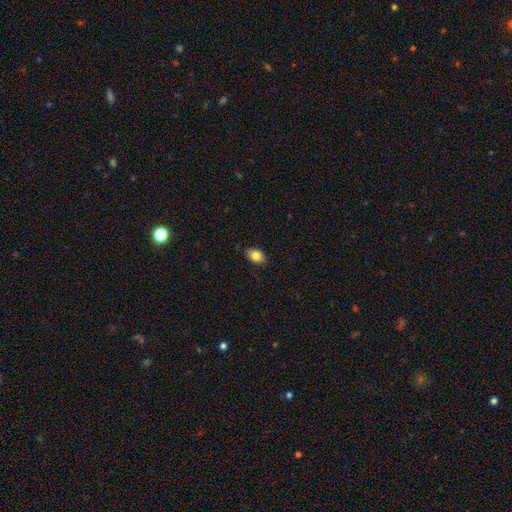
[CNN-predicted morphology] type=smooth (82%); roundness=in between (75%); merging=none (88%).